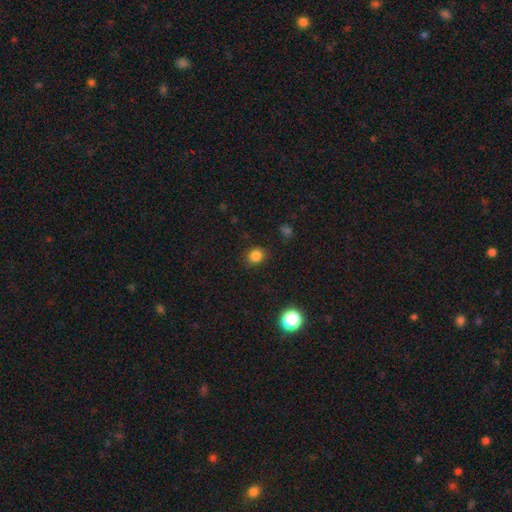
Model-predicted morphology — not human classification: smooth 83%, star or artifact 13%, featured or disk 4%. Down the decision tree: how rounded — round (80%); merging — none (87%).